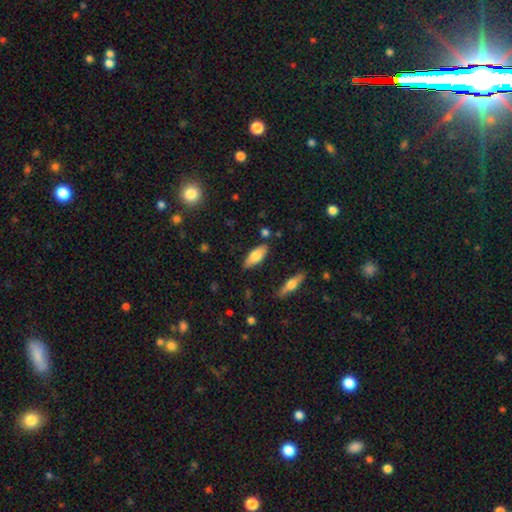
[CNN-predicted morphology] Smooth or featured?
  - smooth: 72% *
  - featured or disk: 22%
  - star or artifact: 6%
How rounded?
  - in between: 76% *
  - cigar-shaped: 22%
  - round: 2%
Merging?
  - none: 82% *
  - minor disturbance: 12%
  - merger: 4%
  - major disturbance: 2%